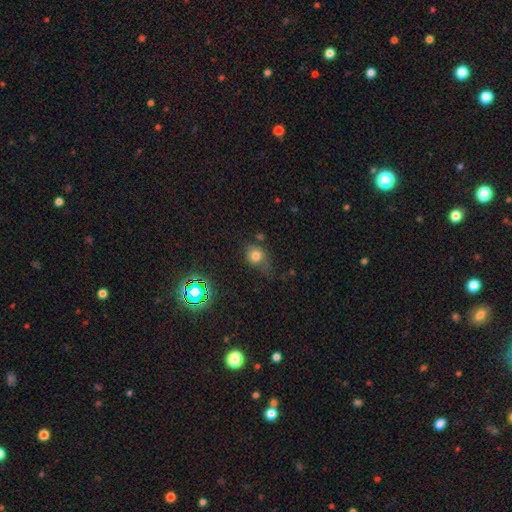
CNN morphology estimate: Q: Smooth or featured?
A: smooth (74%); runner-up: star or artifact (17%)
Q: How rounded?
A: round (65%); runner-up: in between (34%)
Q: Merging?
A: none (47%); runner-up: minor disturbance (32%)